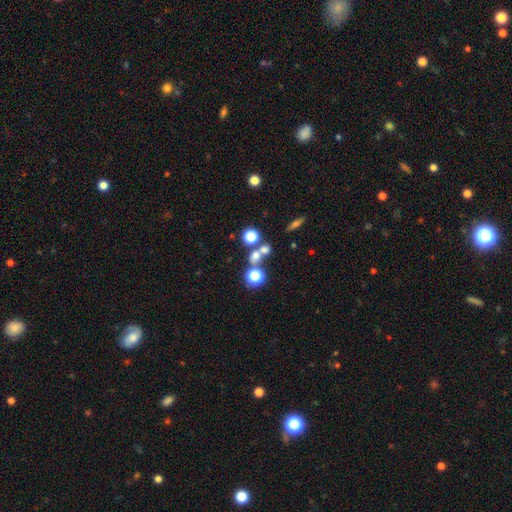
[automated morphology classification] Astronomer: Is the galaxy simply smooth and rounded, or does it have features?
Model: smooth — 61%.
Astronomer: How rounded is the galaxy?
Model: round — 81%.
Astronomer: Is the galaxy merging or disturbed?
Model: none — 50% (runner-up: merger, 39%).